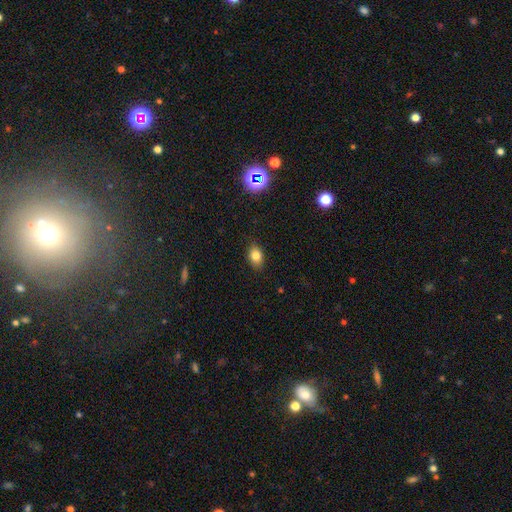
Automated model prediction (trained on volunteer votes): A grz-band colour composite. It shows a smooth galaxy with no disk features (80%) that is in between round and cigar-shaped (77%). Merging: none (84%).